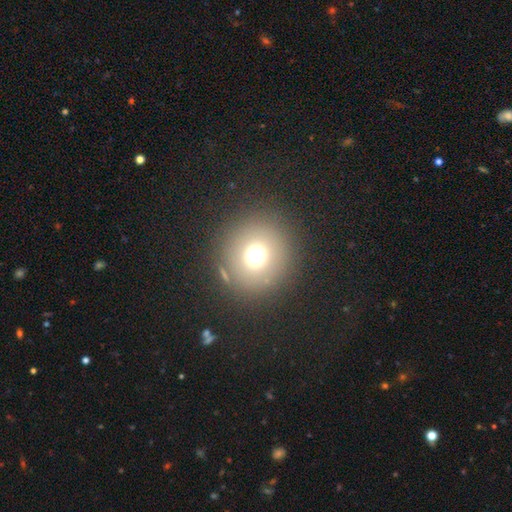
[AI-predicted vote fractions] Smooth or featured?
  - smooth: 70% *
  - star or artifact: 19%
  - featured or disk: 11%
How rounded?
  - round: 91% *
  - in between: 8%
  - cigar-shaped: 1%
Merging?
  - none: 85% *
  - minor disturbance: 7%
  - major disturbance: 4%
  - merger: 4%